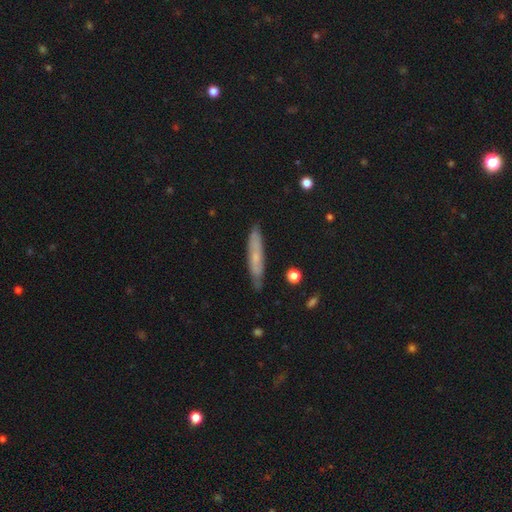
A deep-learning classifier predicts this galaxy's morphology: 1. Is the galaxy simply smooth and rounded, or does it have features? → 52% smooth, 40% featured or disk, 8% star or artifact.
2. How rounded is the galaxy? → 90% cigar-shaped, 8% in between, 2% round.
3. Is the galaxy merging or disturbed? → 84% none, 12% minor disturbance, 2% major disturbance, 1% merger.